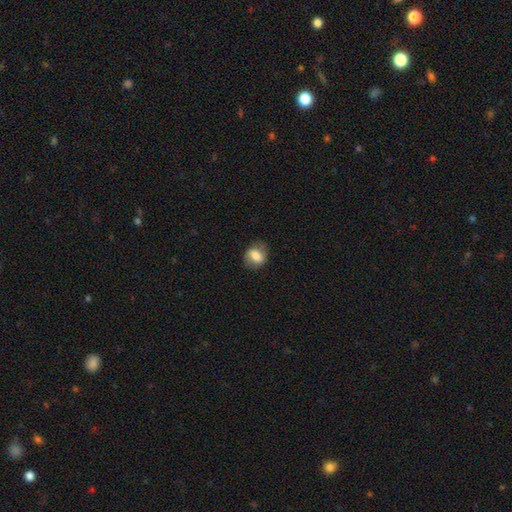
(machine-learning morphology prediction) A smooth galaxy with no disk features (73%) that is in between round and cigar-shaped (60%). Merging: none (75%).